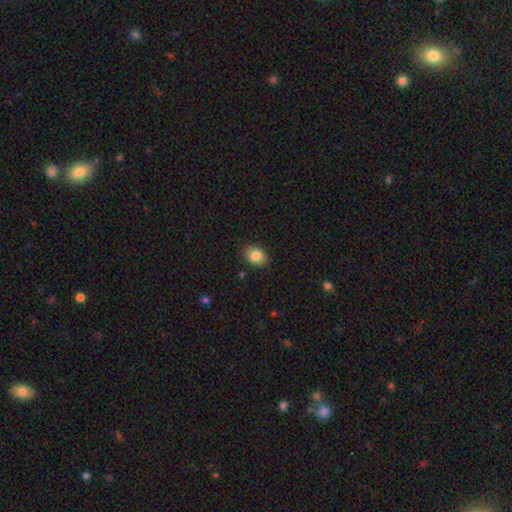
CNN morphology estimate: Q: Smooth or featured?
A: smooth (84%); runner-up: star or artifact (8%)
Q: How rounded?
A: in between (69%); runner-up: round (30%)
Q: Merging?
A: none (87%); runner-up: minor disturbance (10%)